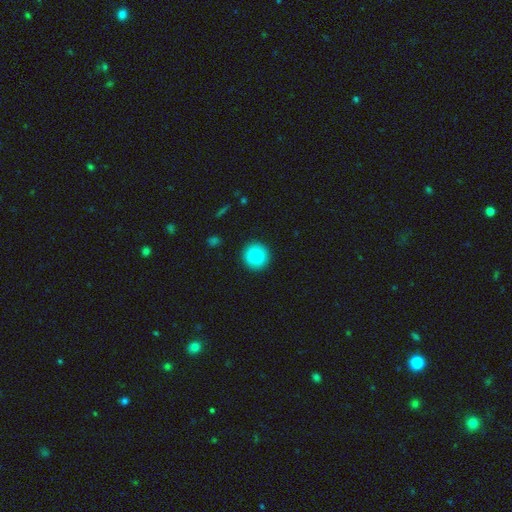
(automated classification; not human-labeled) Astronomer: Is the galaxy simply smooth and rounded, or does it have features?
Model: smooth — 74%.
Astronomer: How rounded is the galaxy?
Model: round — 92%.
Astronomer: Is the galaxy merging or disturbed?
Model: none — 91%.